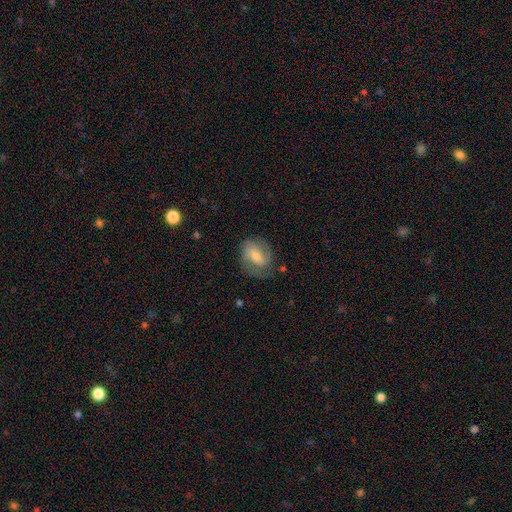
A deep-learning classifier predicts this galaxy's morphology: Smooth or featured?
  - featured or disk: 60% *
  - smooth: 33%
  - star or artifact: 7%
Edge-on disk?
  - no: 96% *
  - yes: 4%
Bar?
  - weak: 46% *
  - no: 35%
  - strong: 19%
Spiral arms?
  - yes: 88% *
  - no: 12%
Spiral winding?
  - medium: 45% *
  - tight: 33%
  - loose: 22%
Spiral arm count?
  - 2: 67% *
  - can't tell: 14%
  - 1: 8%
  - 3: 7%
  - 4: 2%
  - more than 4: 2%
Bulge size?
  - moderate: 52% *
  - small: 39%
  - large: 5%
  - none: 3%
  - dominant: 1%
Merging?
  - none: 65% *
  - minor disturbance: 22%
  - major disturbance: 11%
  - merger: 2%